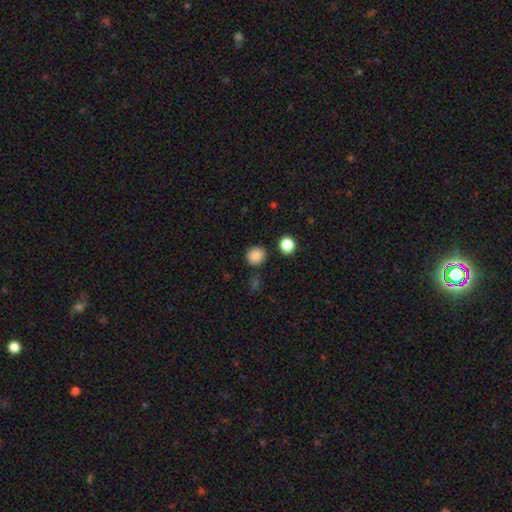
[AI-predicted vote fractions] smooth-or-featured: smooth: 86% | star or artifact: 11% | featured or disk: 4%
  how-rounded: round: 91% | in between: 8% | cigar-shaped: 1%
  merging: none: 88% | minor disturbance: 7% | merger: 3% | major disturbance: 2%